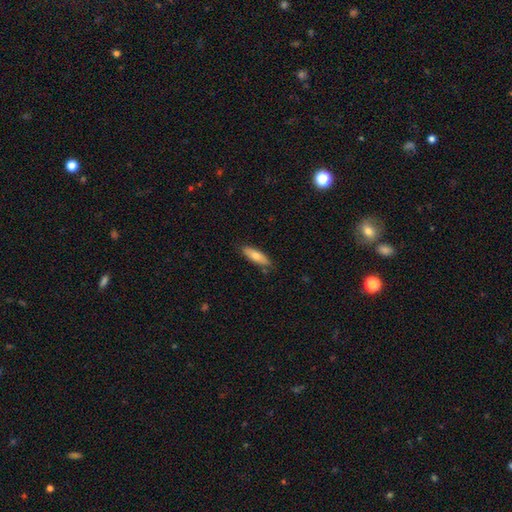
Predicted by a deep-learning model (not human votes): The model was most divided on "how rounded": cigar-shaped: 53%, in between: 45%, round: 2%. More confident: merging — none (83%); smooth or featured — smooth (68%).